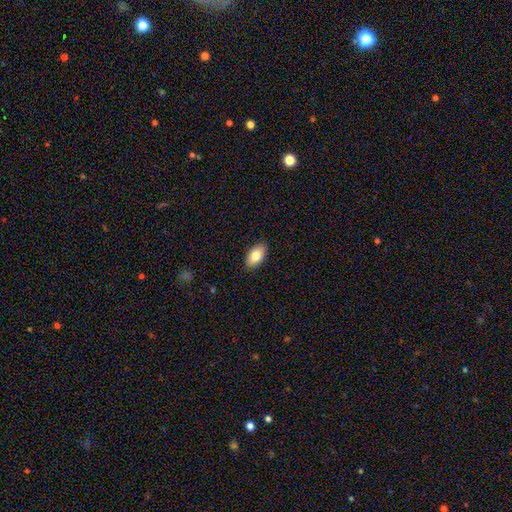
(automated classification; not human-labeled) This appears to be a smooth galaxy with no disk features (81%) that is in between round and cigar-shaped (94%). Merging: none (89%).